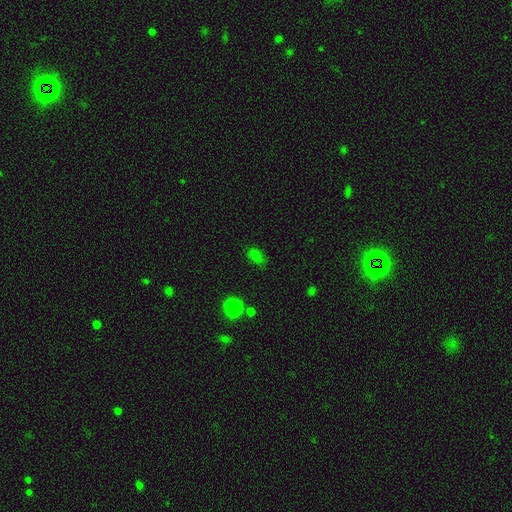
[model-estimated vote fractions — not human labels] smooth 71%, star or artifact 23%, featured or disk 6%. Down the decision tree: how rounded — in between (81%); merging — none (73%).